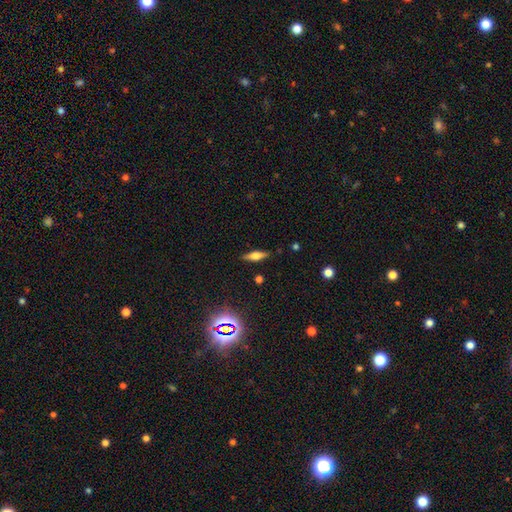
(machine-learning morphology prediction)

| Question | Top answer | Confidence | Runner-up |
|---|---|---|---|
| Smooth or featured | featured or disk | 48% | smooth (41%) |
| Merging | none | 86% | minor disturbance (10%) |